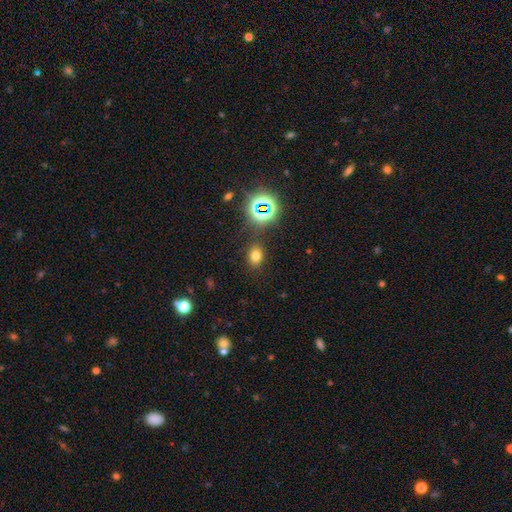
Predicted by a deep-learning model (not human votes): A smooth galaxy with no disk features (69%) that is in between round and cigar-shaped (62%). Merging: none (82%).